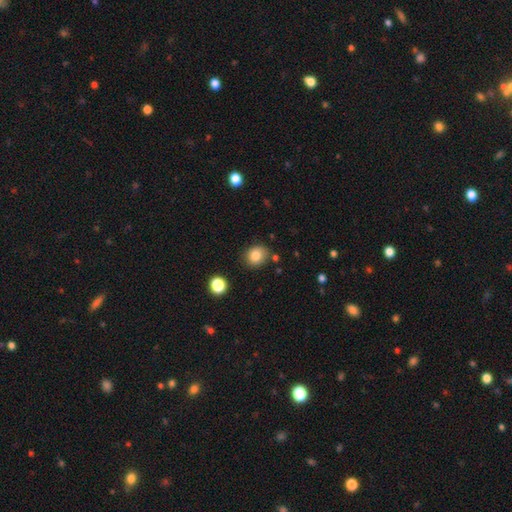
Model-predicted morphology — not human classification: smooth 83%, star or artifact 11%, featured or disk 7%. Down the decision tree: how rounded — round (65%); merging — none (80%).